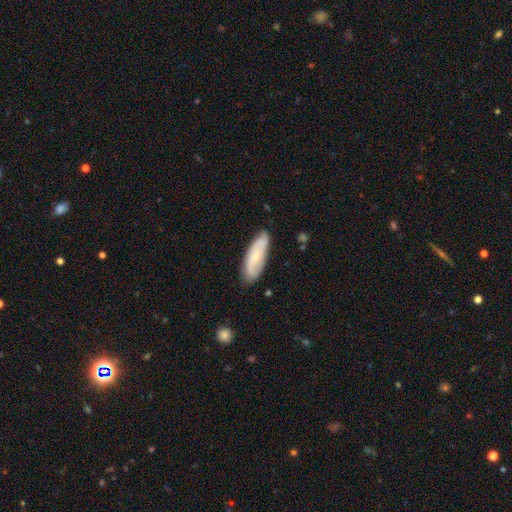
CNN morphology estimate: smooth_or_featured: smooth (p=0.49) [alt: featured or disk p=0.44]
merging: none (p=0.78) [alt: minor disturbance p=0.17]